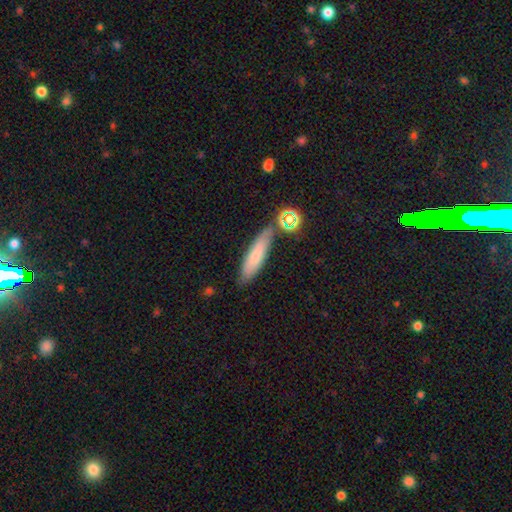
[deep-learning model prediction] smooth-or-featured: smooth: 70% | featured or disk: 21% | star or artifact: 9%
  how-rounded: cigar-shaped: 73% | in between: 25% | round: 2%
  merging: none: 73% | minor disturbance: 16% | merger: 7% | major disturbance: 4%